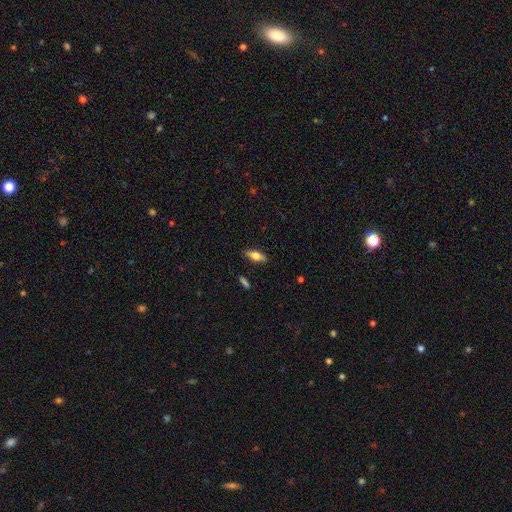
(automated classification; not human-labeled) A smooth galaxy with no disk features (67%) that is in between round and cigar-shaped (74%).

Vote fractions:
- Smooth or featured? smooth: 67% / featured or disk: 26% / star or artifact: 7%
- How rounded? in between: 74% / cigar-shaped: 23% / round: 3%
- Merging? none: 86% / minor disturbance: 10% / major disturbance: 2% / merger: 1%